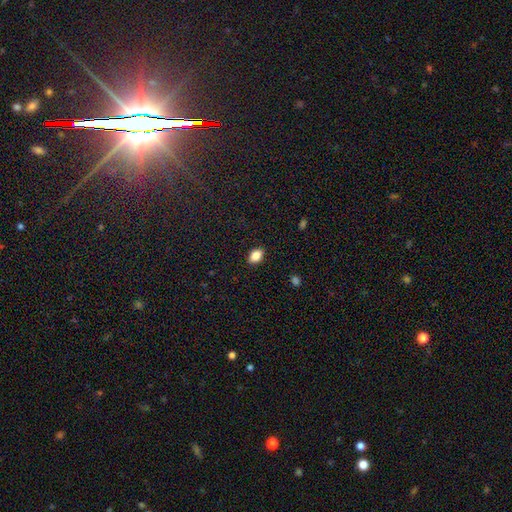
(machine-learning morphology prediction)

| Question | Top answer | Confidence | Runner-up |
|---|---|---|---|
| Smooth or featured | smooth | 85% | star or artifact (9%) |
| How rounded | in between | 84% | round (14%) |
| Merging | none | 89% | minor disturbance (8%) |